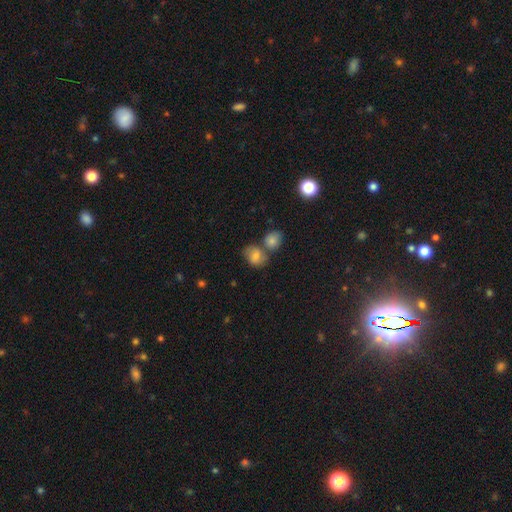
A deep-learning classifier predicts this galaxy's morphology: Smooth or featured? smooth (77%)
How rounded? in between (52%)
Merging? none (42%)